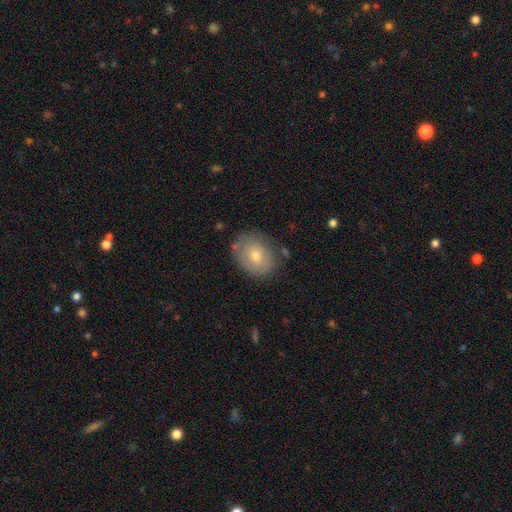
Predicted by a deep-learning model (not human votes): Morphology: type=smooth (62%); roundness=in between (52%); merging=none (73%).